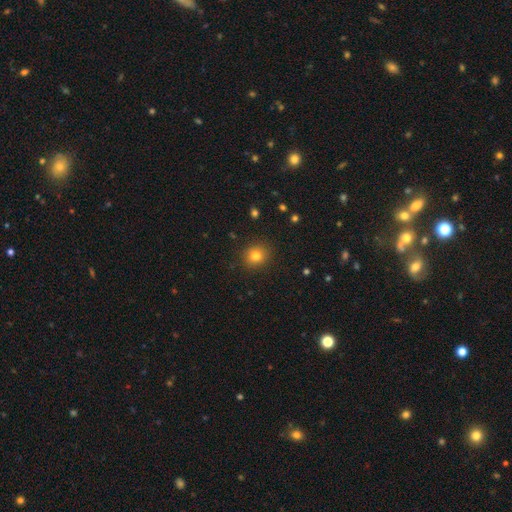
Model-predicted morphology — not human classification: type=smooth (80%); roundness=round (82%); merging=none (89%).